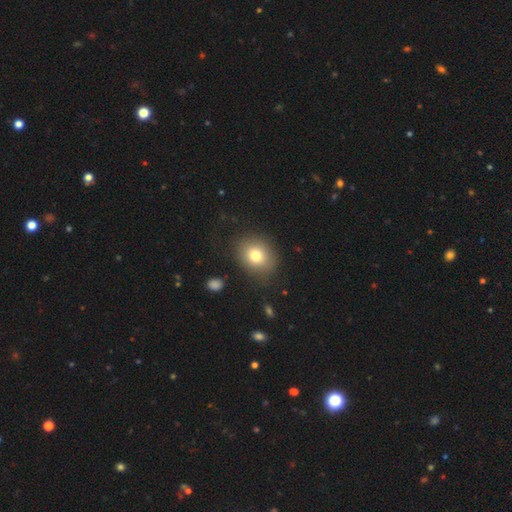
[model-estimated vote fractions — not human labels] A smooth galaxy with no disk features (77%) that is round (64%).

Vote fractions:
- Smooth or featured? smooth: 77% / featured or disk: 12% / star or artifact: 11%
- How rounded? round: 64% / in between: 35% / cigar-shaped: 1%
- Merging? none: 82% / minor disturbance: 11% / major disturbance: 4% / merger: 2%